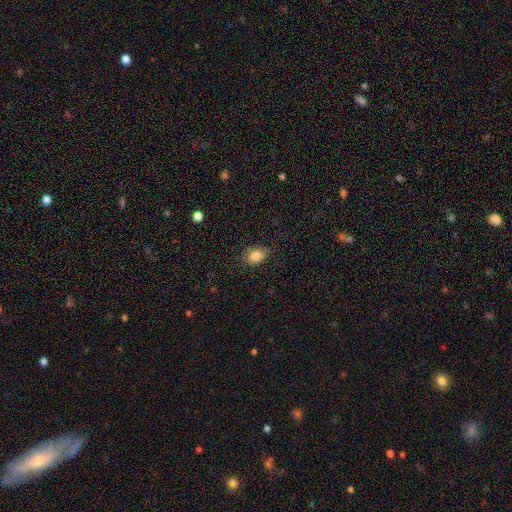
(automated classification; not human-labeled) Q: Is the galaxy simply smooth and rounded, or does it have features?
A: smooth — 85%.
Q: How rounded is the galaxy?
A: in between — 80%.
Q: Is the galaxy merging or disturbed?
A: none — 78%.